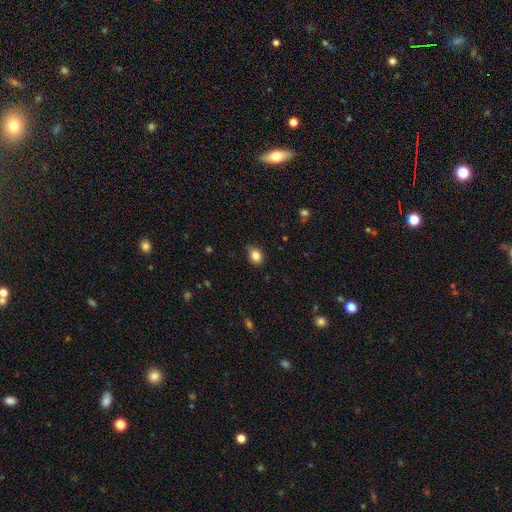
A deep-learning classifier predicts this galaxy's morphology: Smooth or featured? smooth (84%)
How rounded? in between (54%)
Merging? none (74%)